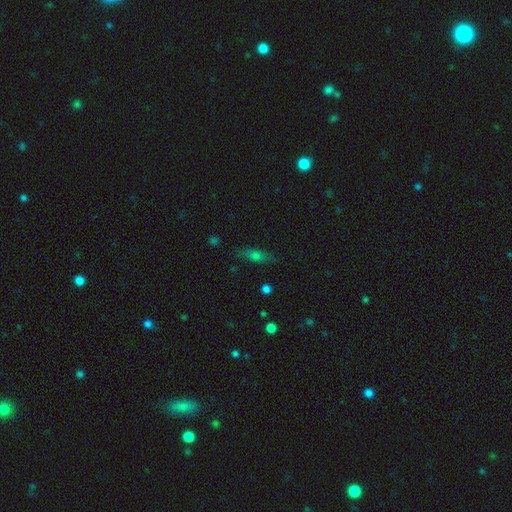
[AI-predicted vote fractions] This is possibly a smooth galaxy (57%). How rounded: possibly in between (50%). Merging: clearly none (80%).